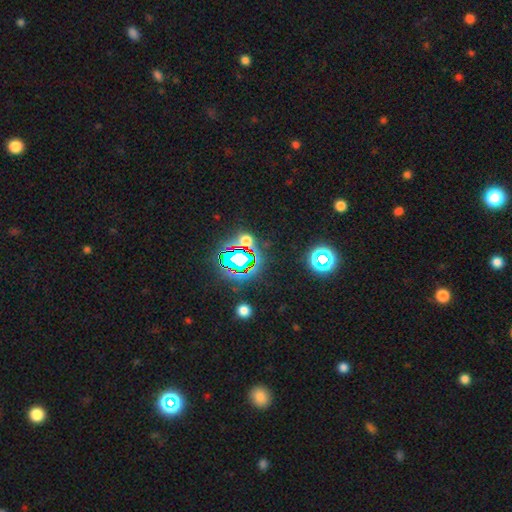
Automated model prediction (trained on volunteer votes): Smooth or featured: star or artifact — 81% (smooth — 12%)